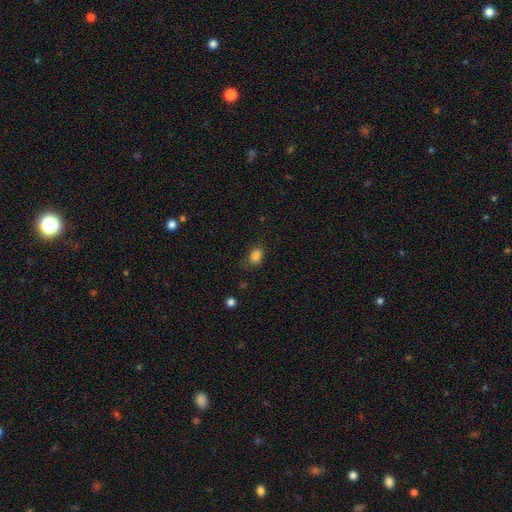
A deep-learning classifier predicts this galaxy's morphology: A smooth galaxy with no disk features (85%) that is in between round and cigar-shaped (73%). Merging: none (71%).